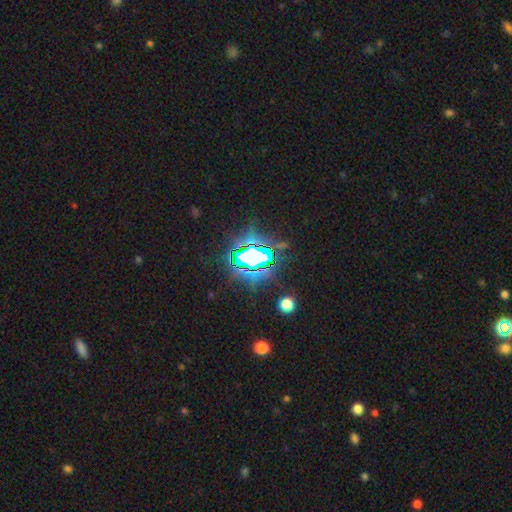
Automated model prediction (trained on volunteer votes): Smooth or featured: star or artifact — 72% (smooth — 16%)